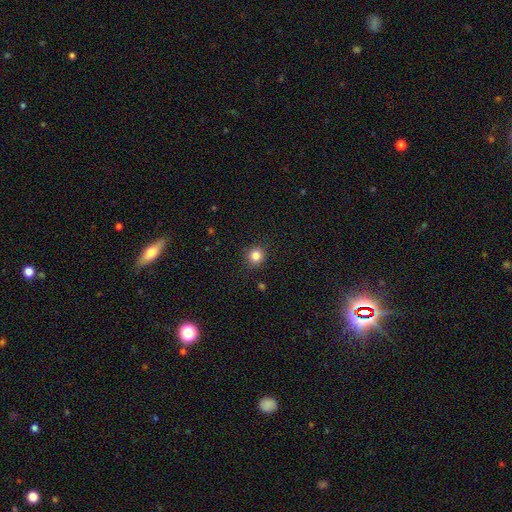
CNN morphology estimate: smooth 83%, star or artifact 12%, featured or disk 5%. Down the decision tree: how rounded — round (93%); merging — none (91%).